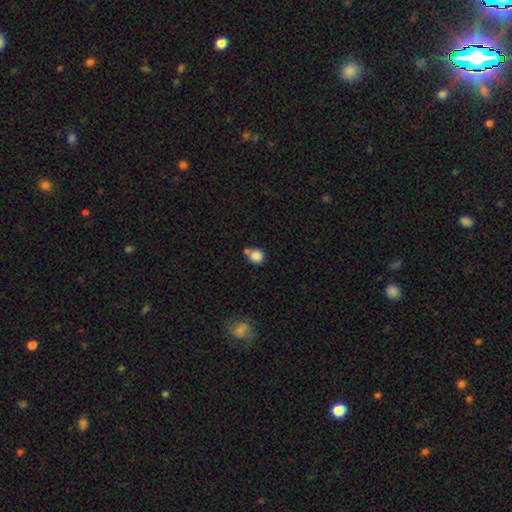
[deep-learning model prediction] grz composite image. It shows a smooth galaxy with no disk features (84%) that is round (86%). Merging: none (54%).